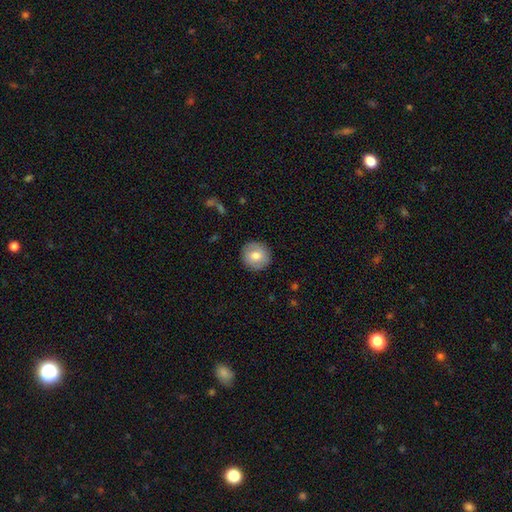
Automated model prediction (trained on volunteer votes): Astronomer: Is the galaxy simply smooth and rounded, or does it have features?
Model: smooth — 74%.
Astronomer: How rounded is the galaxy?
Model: round — 92%.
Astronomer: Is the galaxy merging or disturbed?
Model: none — 90%.